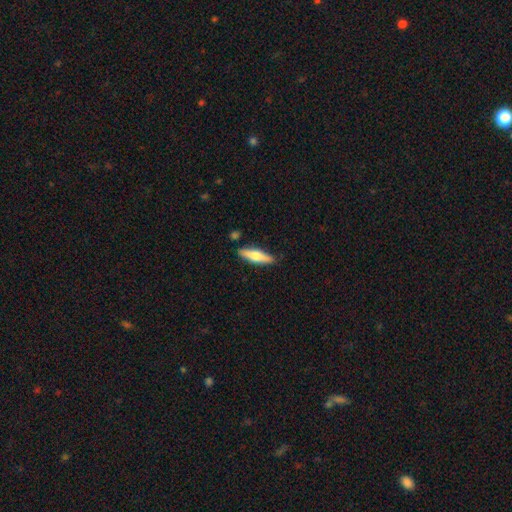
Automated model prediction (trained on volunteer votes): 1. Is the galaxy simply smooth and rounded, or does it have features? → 59% smooth, 36% featured or disk, 6% star or artifact.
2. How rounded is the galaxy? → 68% cigar-shaped, 30% in between, 2% round.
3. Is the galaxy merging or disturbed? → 86% none, 10% minor disturbance, 3% merger, 2% major disturbance.